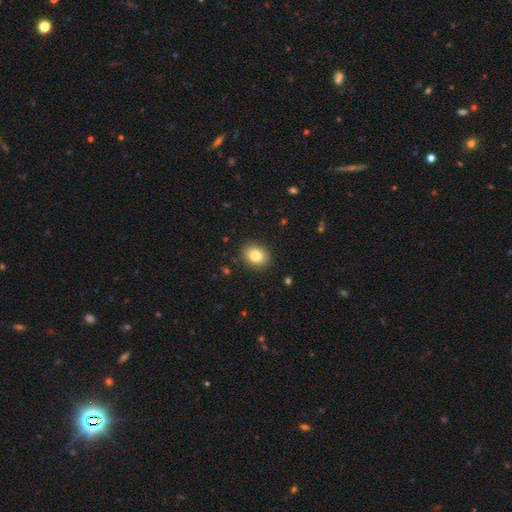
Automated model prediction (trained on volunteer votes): Smooth or featured? smooth (83%)
How rounded? in between (54%)
Merging? none (88%)